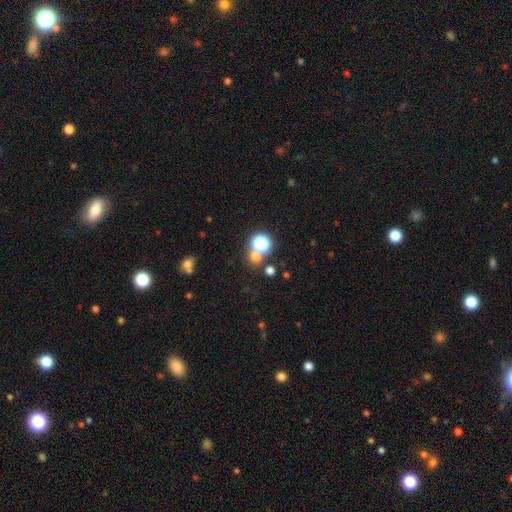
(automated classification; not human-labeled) This appears to be a smooth galaxy with no disk features (56%) that is round (84%). Merging: none (64%).